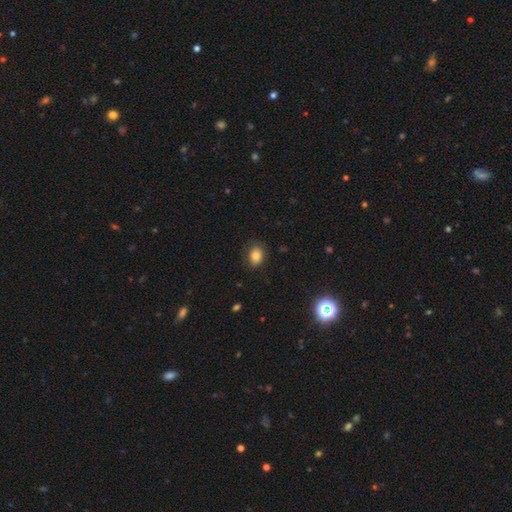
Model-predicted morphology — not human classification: Smooth or featured?
  - smooth: 81% *
  - star or artifact: 10%
  - featured or disk: 9%
How rounded?
  - in between: 63% *
  - round: 36%
  - cigar-shaped: 1%
Merging?
  - none: 77% *
  - minor disturbance: 17%
  - major disturbance: 5%
  - merger: 1%